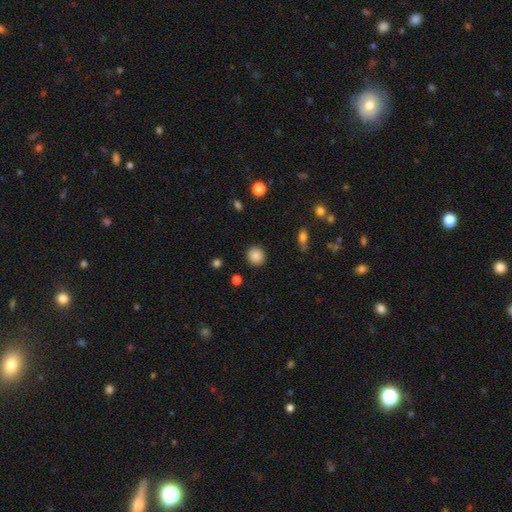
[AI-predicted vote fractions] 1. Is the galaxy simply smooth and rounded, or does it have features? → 87% smooth, 9% star or artifact, 4% featured or disk.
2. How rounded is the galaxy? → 92% round, 7% in between, 1% cigar-shaped.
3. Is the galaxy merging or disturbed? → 91% none, 6% minor disturbance, 2% major disturbance, 1% merger.